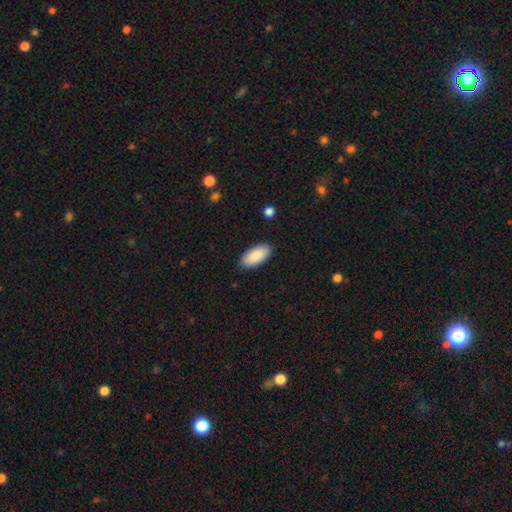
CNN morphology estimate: Smooth or featured?
  - smooth: 88% *
  - featured or disk: 6%
  - star or artifact: 6%
How rounded?
  - in between: 93% *
  - cigar-shaped: 6%
  - round: 2%
Merging?
  - none: 88% *
  - minor disturbance: 9%
  - major disturbance: 2%
  - merger: 1%